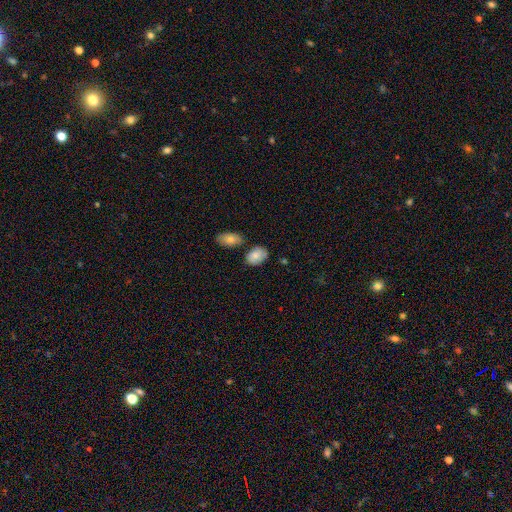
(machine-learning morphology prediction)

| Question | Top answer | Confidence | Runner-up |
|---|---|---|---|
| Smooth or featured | smooth | 79% | featured or disk (14%) |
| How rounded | in between | 85% | round (13%) |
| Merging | none | 66% | minor disturbance (18%) |